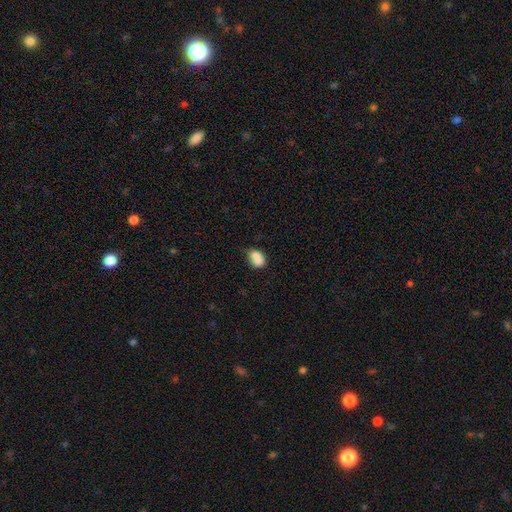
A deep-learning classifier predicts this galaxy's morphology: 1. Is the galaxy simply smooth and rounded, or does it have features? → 82% smooth, 9% featured or disk, 9% star or artifact.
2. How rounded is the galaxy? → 71% in between, 27% round, 1% cigar-shaped.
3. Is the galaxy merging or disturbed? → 46% none, 28% minor disturbance, 19% merger, 7% major disturbance.